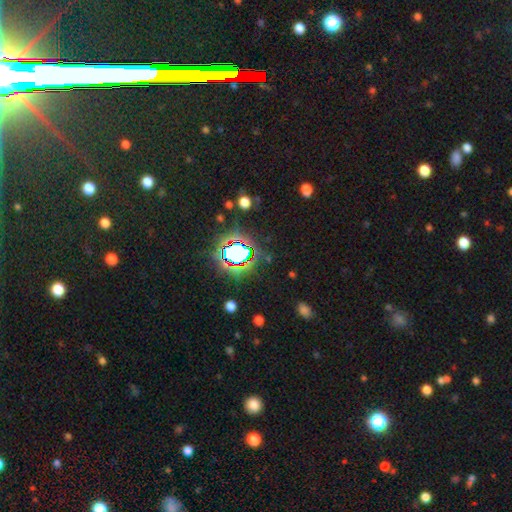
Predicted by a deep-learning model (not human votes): star or artifact 80%, smooth 12%, featured or disk 8%.